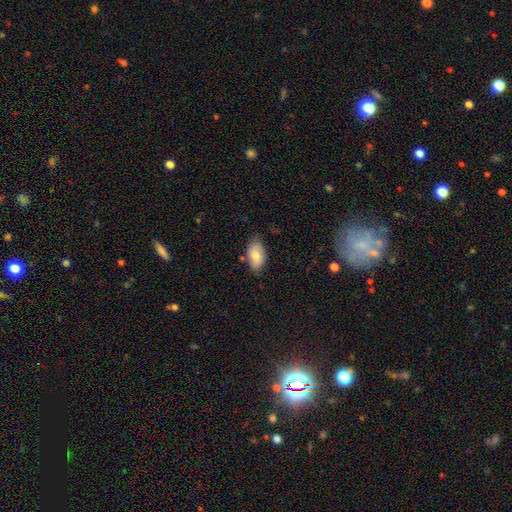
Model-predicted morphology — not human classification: A smooth galaxy with no disk features (77%) that is in between round and cigar-shaped (94%).

Vote fractions:
- Smooth or featured? smooth: 77% / featured or disk: 16% / star or artifact: 7%
- How rounded? in between: 94% / round: 4% / cigar-shaped: 2%
- Merging? none: 74% / minor disturbance: 21% / major disturbance: 3% / merger: 2%